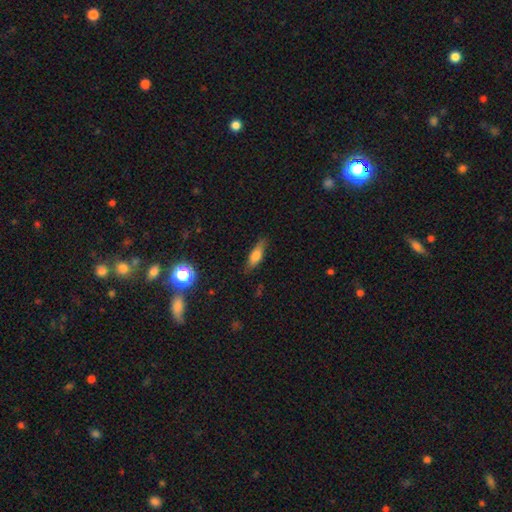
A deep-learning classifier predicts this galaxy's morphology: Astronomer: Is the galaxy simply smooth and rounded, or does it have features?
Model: smooth — 67%.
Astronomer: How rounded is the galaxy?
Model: in between — 51% (runner-up: cigar-shaped, 46%).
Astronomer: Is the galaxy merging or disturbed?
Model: none — 78%.